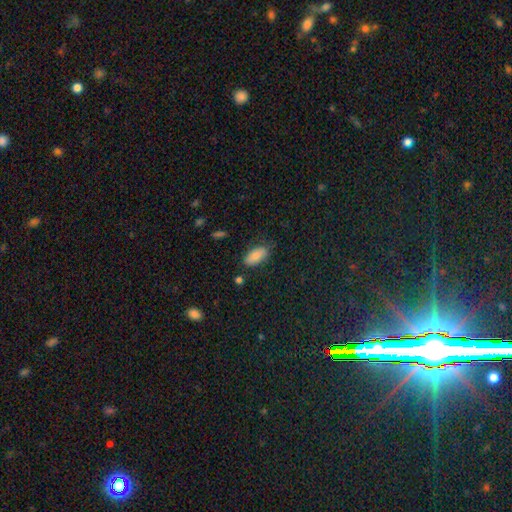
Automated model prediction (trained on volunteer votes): Morphology: type=smooth (81%); roundness=in between (91%); merging=none (75%).